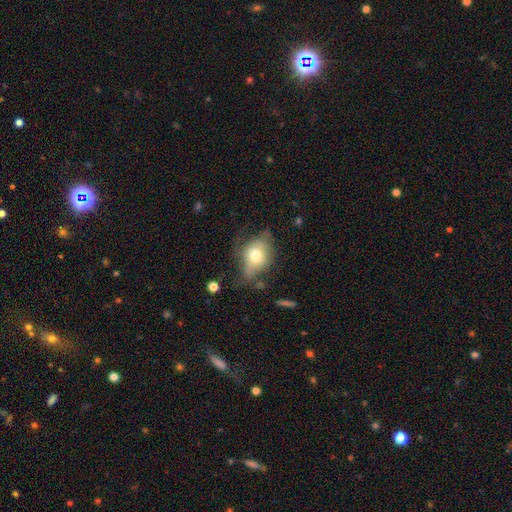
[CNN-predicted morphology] Smooth or featured?
  - smooth: 62% *
  - featured or disk: 29%
  - star or artifact: 9%
How rounded?
  - in between: 67% *
  - round: 30%
  - cigar-shaped: 3%
Merging?
  - none: 46% *
  - minor disturbance: 33%
  - major disturbance: 18%
  - merger: 4%